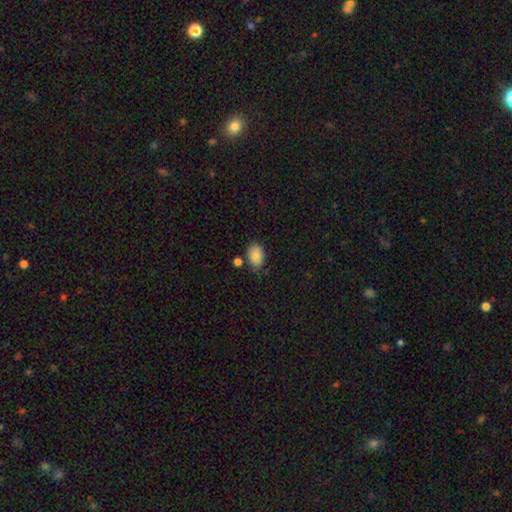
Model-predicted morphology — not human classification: Smooth or featured? Predicted: smooth (p=0.87). How rounded? Predicted: in between (p=0.84). Merging? Predicted: none (p=0.72).